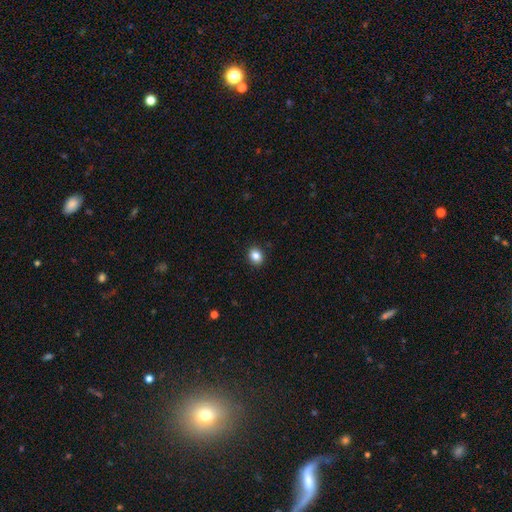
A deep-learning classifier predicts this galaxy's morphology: A smooth galaxy with no disk features (85%) that is round (62%). Merging: none (91%).